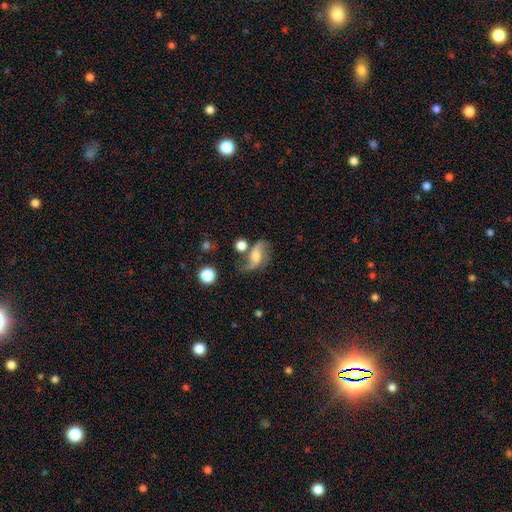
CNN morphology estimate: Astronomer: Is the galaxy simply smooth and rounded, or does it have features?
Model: featured or disk — 75%.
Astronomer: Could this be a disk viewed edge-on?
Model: no — 95%.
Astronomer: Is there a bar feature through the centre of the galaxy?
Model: no — 44% (runner-up: weak, 39%).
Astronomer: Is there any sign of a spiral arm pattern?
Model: yes — 93%.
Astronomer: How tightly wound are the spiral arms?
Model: loose — 83%.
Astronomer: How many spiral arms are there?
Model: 2 — 90%.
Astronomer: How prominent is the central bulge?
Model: moderate — 45% (runner-up: small, 34%).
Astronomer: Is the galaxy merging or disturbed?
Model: none — 54%.